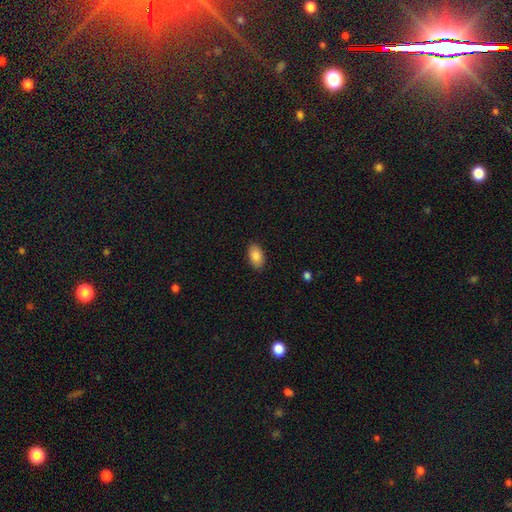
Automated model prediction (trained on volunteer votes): Overall: smooth (86%). How rounded: in between (93%). Merging: none (88%).